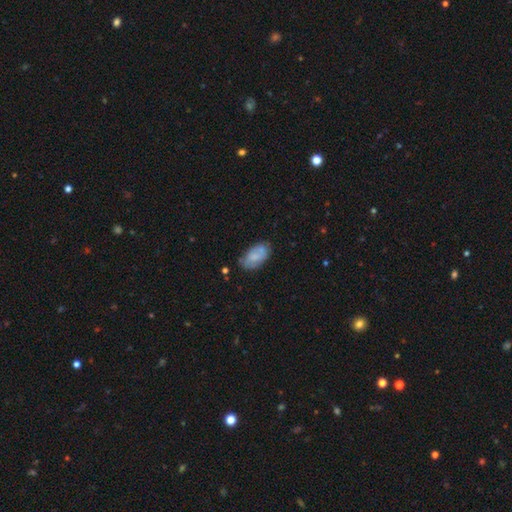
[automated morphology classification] smooth-or-featured: smooth: 64% | featured or disk: 29% | star or artifact: 7%
  how-rounded: in between: 93% | round: 4% | cigar-shaped: 3%
  merging: none: 65% | minor disturbance: 24% | major disturbance: 6% | merger: 4%